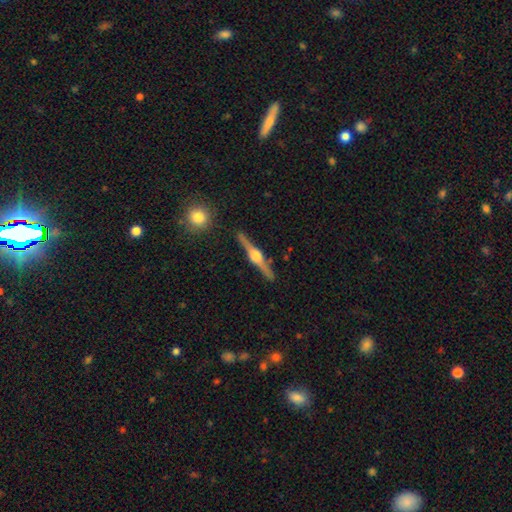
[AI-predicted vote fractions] Smooth or featured?
  - featured or disk: 85% *
  - smooth: 10%
  - star or artifact: 5%
Edge-on disk?
  - yes: 98% *
  - no: 2%
Edge-on bulge?
  - rounded: 94% *
  - boxy: 4%
  - none: 2%
Merging?
  - none: 90% *
  - minor disturbance: 7%
  - merger: 2%
  - major disturbance: 2%